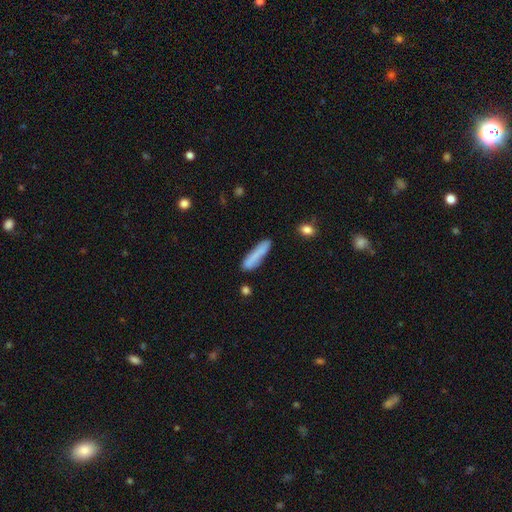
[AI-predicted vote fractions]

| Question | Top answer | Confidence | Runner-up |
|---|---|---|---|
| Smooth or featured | smooth | 79% | featured or disk (14%) |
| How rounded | cigar-shaped | 85% | in between (13%) |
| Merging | none | 77% | minor disturbance (16%) |